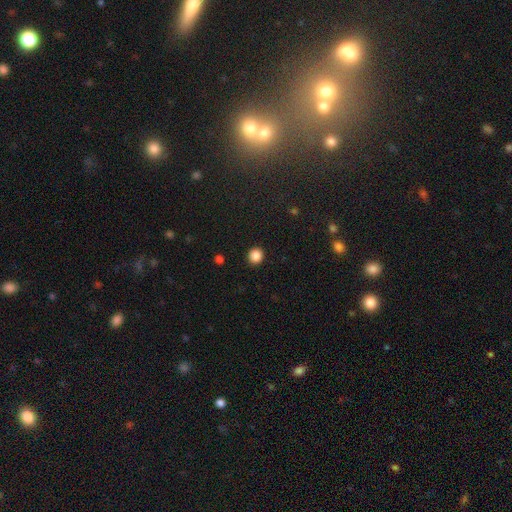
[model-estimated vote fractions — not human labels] Smooth or featured: smooth — 87% (star or artifact — 11%)
How rounded: round — 92% (in between — 7%)
Merging: none — 93% (minor disturbance — 5%)